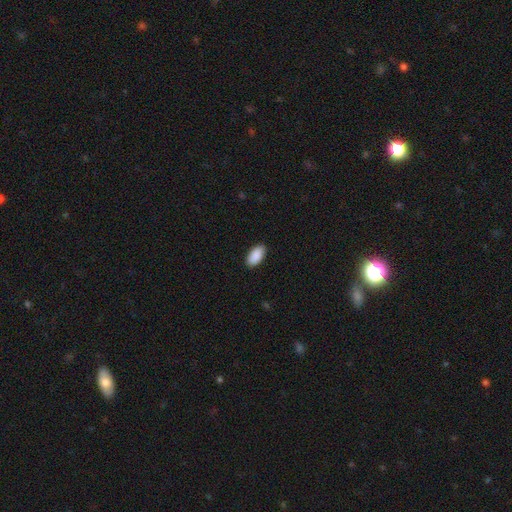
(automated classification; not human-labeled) A smooth galaxy with no disk features (91%) that is in between round and cigar-shaped (95%). Merging: none (89%).